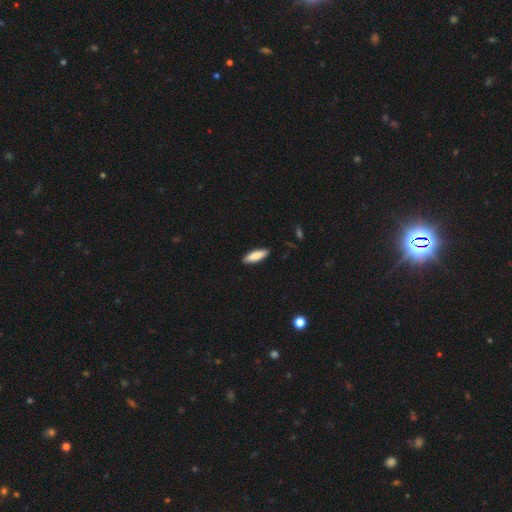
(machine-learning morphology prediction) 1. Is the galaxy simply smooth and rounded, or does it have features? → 83% smooth, 12% featured or disk, 5% star or artifact.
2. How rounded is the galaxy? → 51% cigar-shaped, 48% in between, 2% round.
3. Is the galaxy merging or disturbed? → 89% none, 8% minor disturbance, 2% major disturbance, 1% merger.